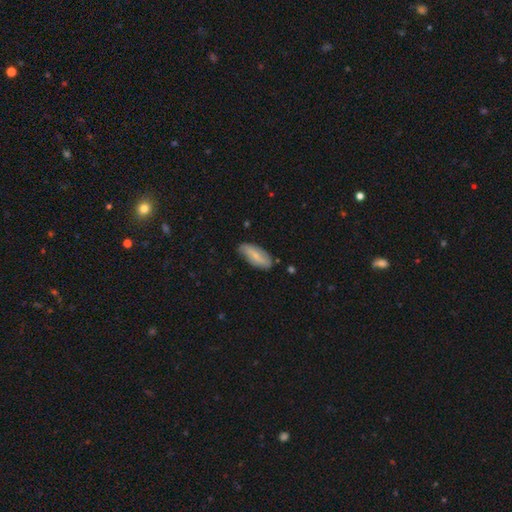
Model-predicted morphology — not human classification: Overall: smooth (65%; featured or disk 29%). How rounded: in between (78%). Merging: none (79%).